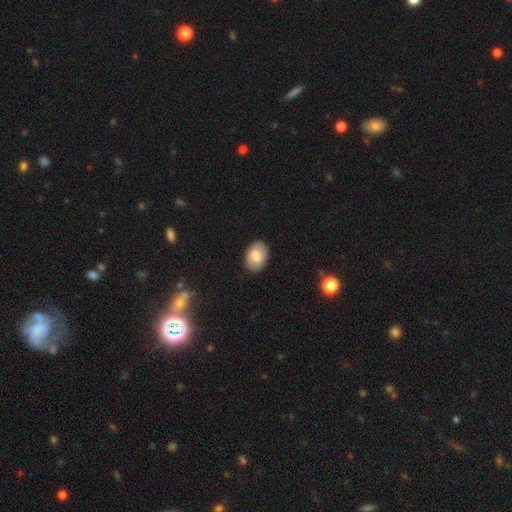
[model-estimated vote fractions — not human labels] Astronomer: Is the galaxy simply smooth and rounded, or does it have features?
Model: smooth — 69%.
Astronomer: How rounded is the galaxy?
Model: in between — 76%.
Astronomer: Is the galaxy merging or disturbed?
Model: none — 86%.